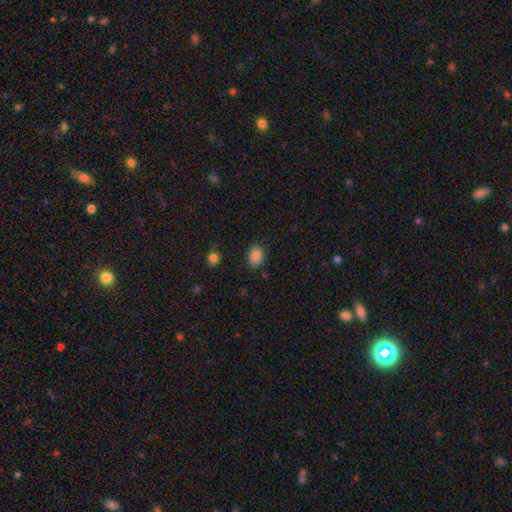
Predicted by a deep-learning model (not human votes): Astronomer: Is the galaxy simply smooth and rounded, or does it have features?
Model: smooth — 87%.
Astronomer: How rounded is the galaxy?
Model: in between — 81%.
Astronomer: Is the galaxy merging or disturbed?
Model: none — 83%.